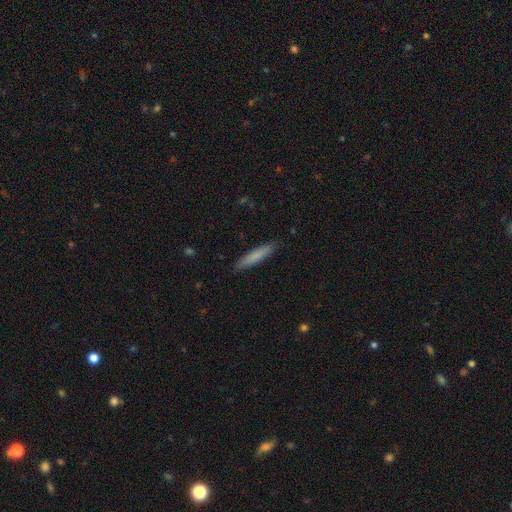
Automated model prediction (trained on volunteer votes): Q: Smooth or featured?
A: smooth (79%); runner-up: featured or disk (15%)
Q: How rounded?
A: cigar-shaped (90%); runner-up: in between (9%)
Q: Merging?
A: none (89%); runner-up: minor disturbance (9%)